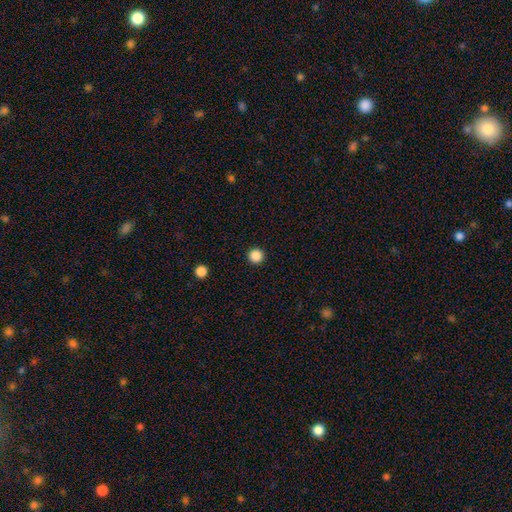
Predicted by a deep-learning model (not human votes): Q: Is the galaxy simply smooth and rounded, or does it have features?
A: smooth — 86%.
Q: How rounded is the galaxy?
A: round — 97%.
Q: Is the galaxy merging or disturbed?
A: none — 94%.